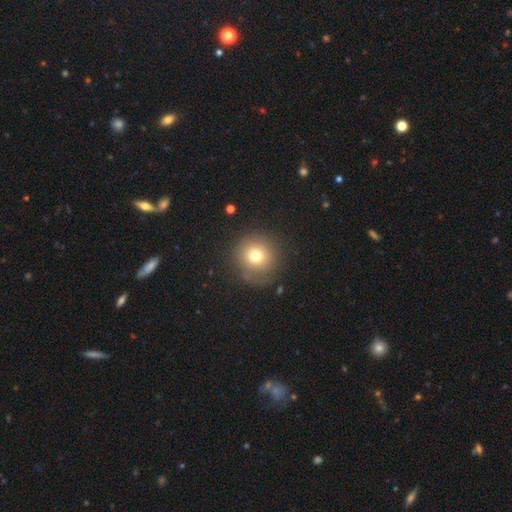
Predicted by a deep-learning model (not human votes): Smooth or featured? smooth (73%)
How rounded? round (93%)
Merging? none (82%)